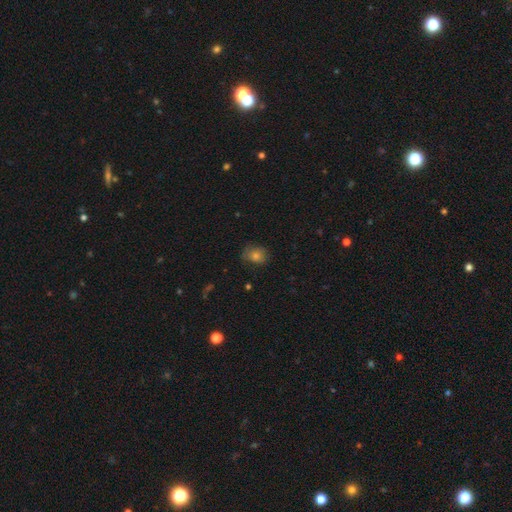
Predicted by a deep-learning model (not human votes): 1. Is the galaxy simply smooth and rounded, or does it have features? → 71% smooth, 15% star or artifact, 14% featured or disk.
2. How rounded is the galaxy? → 51% round, 47% in between, 1% cigar-shaped.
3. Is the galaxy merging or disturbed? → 68% none, 24% minor disturbance, 7% major disturbance, 1% merger.